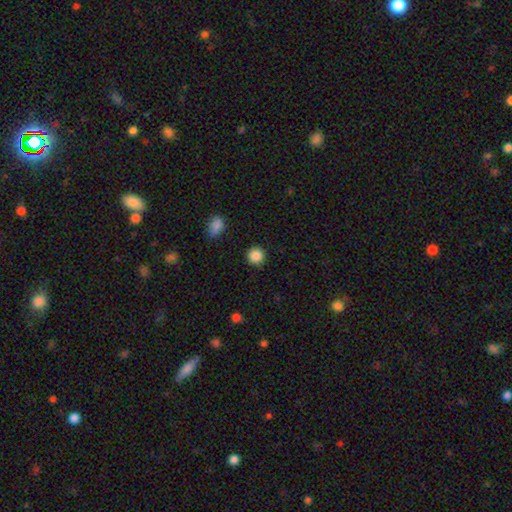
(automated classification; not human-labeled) Overall: smooth (87%). How rounded: round (94%). Merging: none (90%).